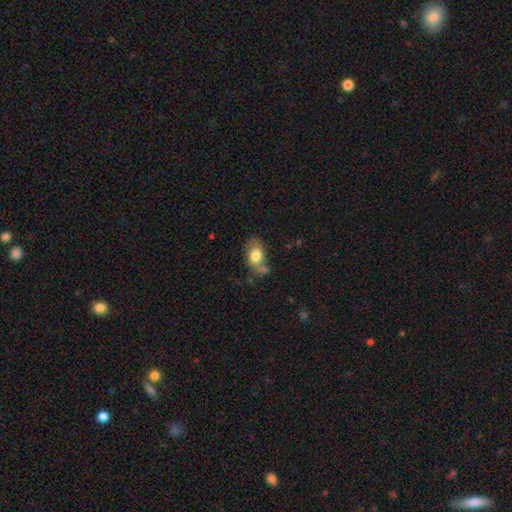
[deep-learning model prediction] Overall: smooth (75%). How rounded: in between (84%). Merging: none (46%; minor disturbance 27%).